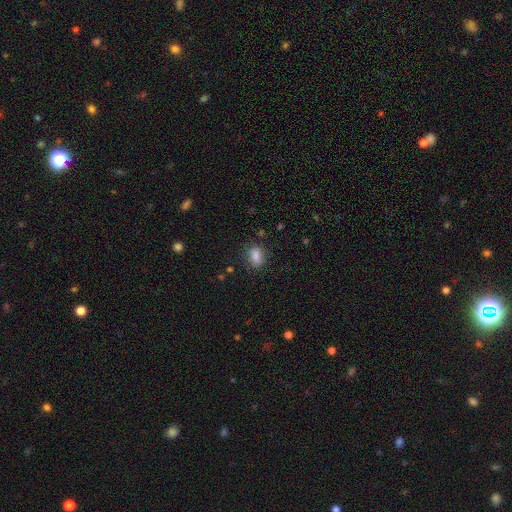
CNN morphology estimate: Smooth or featured: smooth — 85% (star or artifact — 9%)
How rounded: in between — 81% (round — 16%)
Merging: none — 81% (minor disturbance — 14%)